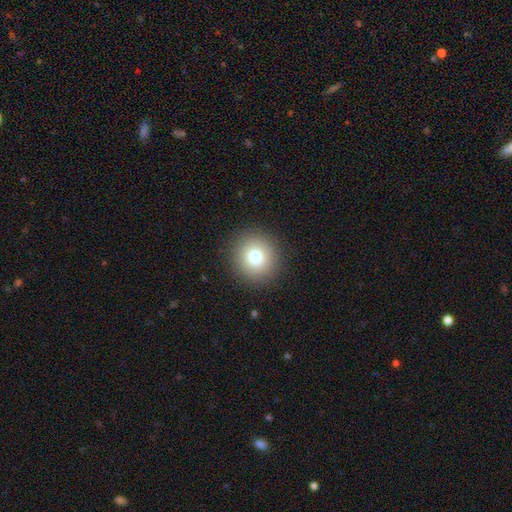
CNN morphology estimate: The model was most divided on "smooth or featured": smooth: 79%, star or artifact: 12%, featured or disk: 9%. More confident: how rounded — round (91%); merging — none (90%).